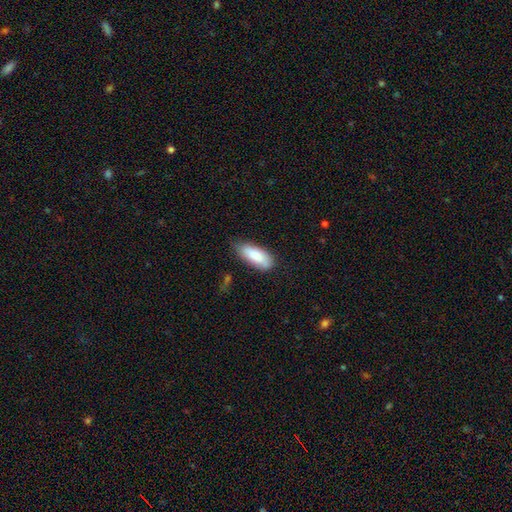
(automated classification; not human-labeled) This is clearly a smooth galaxy (84%). How rounded: likely in between (78%). Merging: likely none (72%).